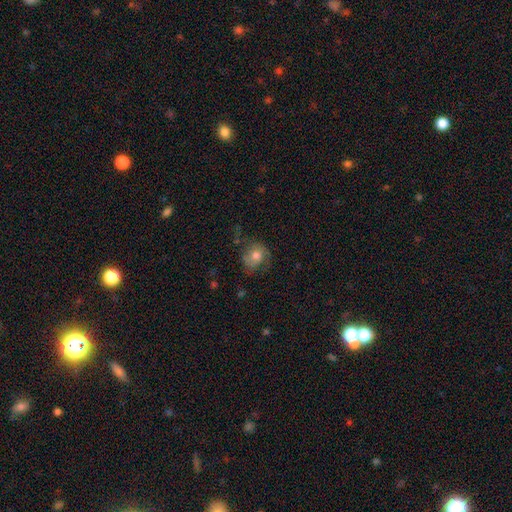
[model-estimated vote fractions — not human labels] Smooth or featured?
  - smooth: 53% *
  - featured or disk: 38%
  - star or artifact: 9%
How rounded?
  - round: 66% *
  - in between: 32%
  - cigar-shaped: 1%
Merging?
  - none: 55% *
  - minor disturbance: 26%
  - major disturbance: 17%
  - merger: 2%